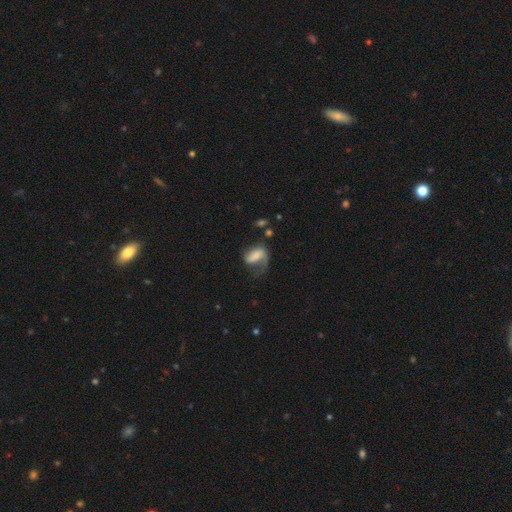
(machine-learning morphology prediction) A featured or disk galaxy (49%).

Vote fractions:
- Smooth or featured? featured or disk: 49% / smooth: 42% / star or artifact: 9%
- Merging? major disturbance: 46% / none: 29% / minor disturbance: 20% / merger: 4%